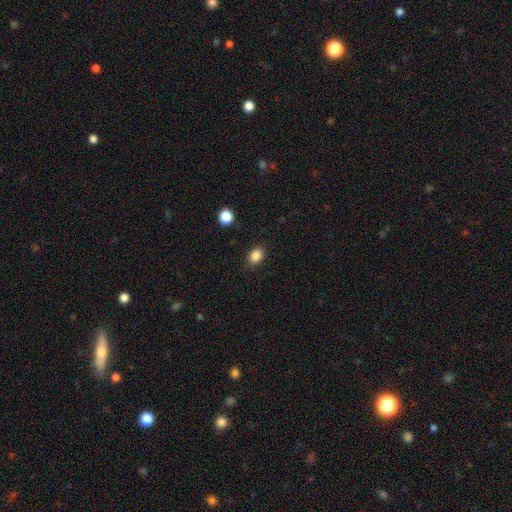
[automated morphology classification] Smooth or featured? Predicted: smooth (p=0.86). How rounded? Predicted: in between (p=0.65). Merging? Predicted: none (p=0.86).